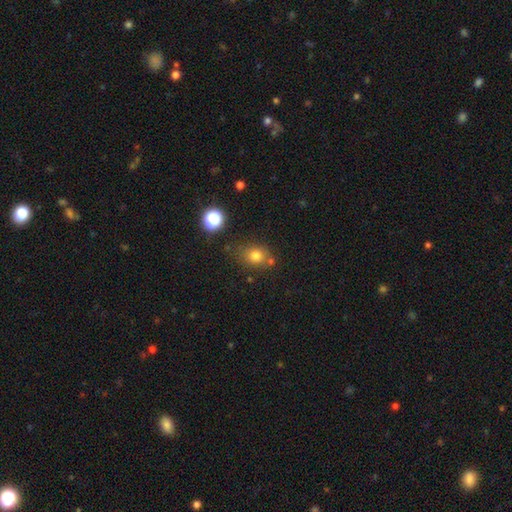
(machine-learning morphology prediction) Overall: smooth (77%). How rounded: round (56%; in between 42%). Merging: none (68%).